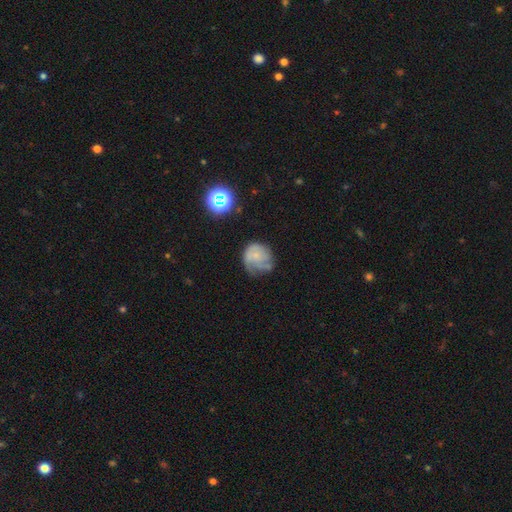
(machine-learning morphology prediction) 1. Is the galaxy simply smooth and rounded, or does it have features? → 48% featured or disk, 40% smooth, 12% star or artifact.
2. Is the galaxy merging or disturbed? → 41% none, 31% minor disturbance, 24% major disturbance, 3% merger.